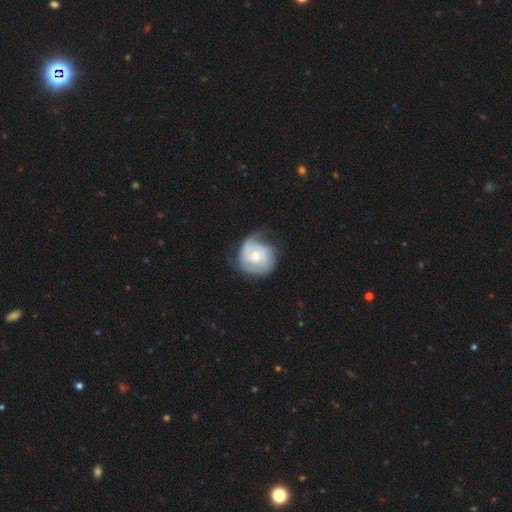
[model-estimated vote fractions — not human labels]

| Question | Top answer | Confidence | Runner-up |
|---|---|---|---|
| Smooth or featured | featured or disk | 73% | smooth (22%) |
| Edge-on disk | no | 98% | yes (2%) |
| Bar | no | 69% | weak (26%) |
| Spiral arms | yes | 89% | no (11%) |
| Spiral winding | tight | 52% | medium (34%) |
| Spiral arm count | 2 | 44% | can't tell (23%) |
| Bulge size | moderate | 55% | small (41%) |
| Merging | none | 51% | minor disturbance (30%) |